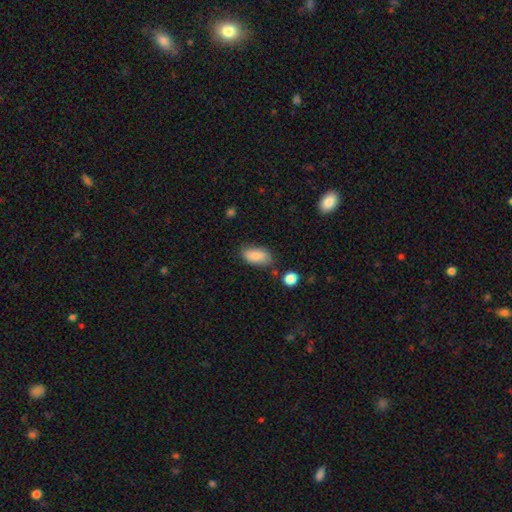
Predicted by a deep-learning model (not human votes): Smooth or featured?
  - smooth: 87% *
  - star or artifact: 7%
  - featured or disk: 6%
How rounded?
  - in between: 91% *
  - cigar-shaped: 6%
  - round: 3%
Merging?
  - none: 72% *
  - minor disturbance: 19%
  - major disturbance: 4%
  - merger: 4%